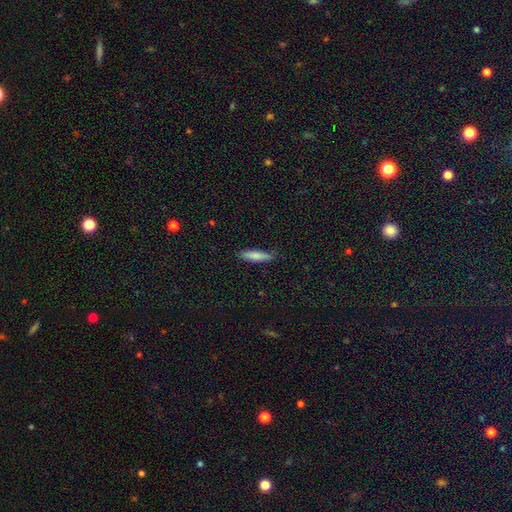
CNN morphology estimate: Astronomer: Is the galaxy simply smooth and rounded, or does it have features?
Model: smooth — 79%.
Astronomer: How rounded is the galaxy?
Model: cigar-shaped — 77%.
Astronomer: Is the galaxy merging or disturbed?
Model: none — 83%.